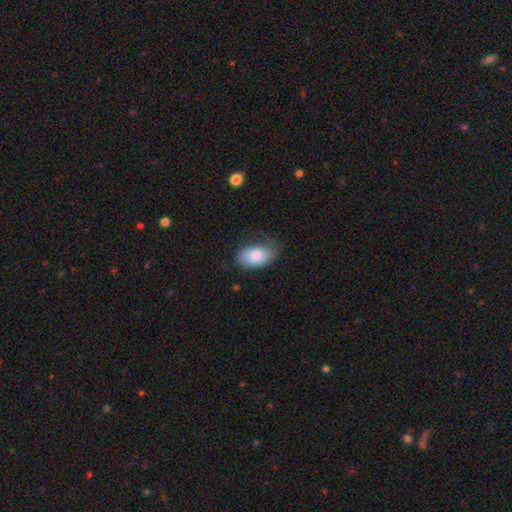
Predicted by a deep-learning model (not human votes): smooth-or-featured: smooth: 79% | featured or disk: 14% | star or artifact: 7%
  how-rounded: in between: 92% | round: 6% | cigar-shaped: 1%
  merging: none: 57% | minor disturbance: 29% | major disturbance: 12% | merger: 1%